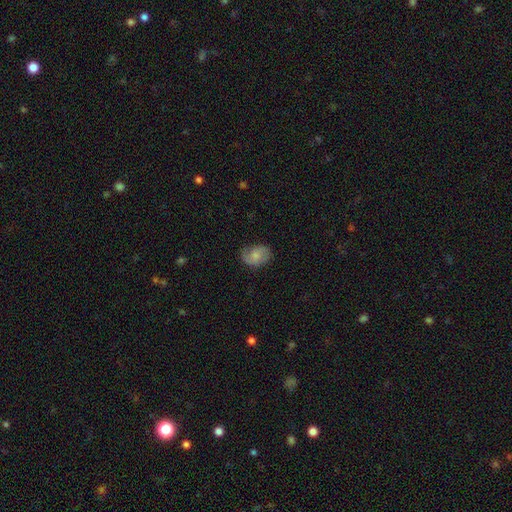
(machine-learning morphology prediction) Overall: smooth (55%; featured or disk 37%). How rounded: in between (69%; round 30%). Merging: none (65%).